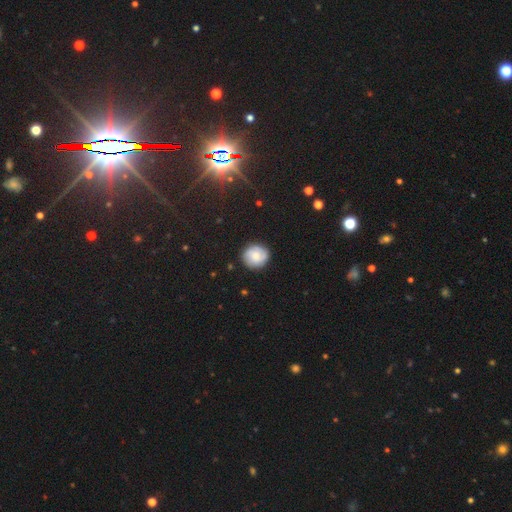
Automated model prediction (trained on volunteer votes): This is likely a smooth galaxy (67%). How rounded: clearly round (88%). Merging: clearly none (86%).